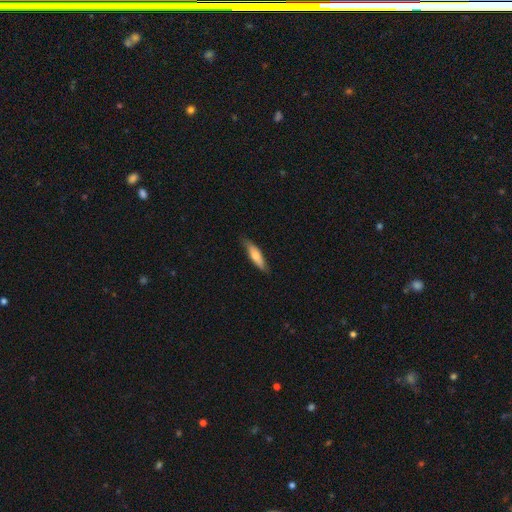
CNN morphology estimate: Smooth or featured: smooth — 65% (featured or disk — 29%)
How rounded: cigar-shaped — 69% (in between — 29%)
Merging: none — 80% (minor disturbance — 16%)